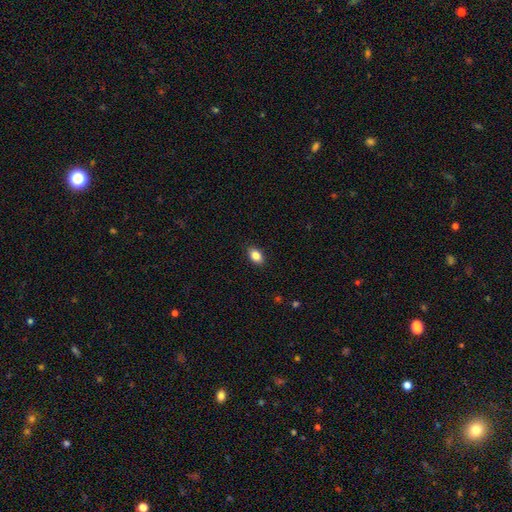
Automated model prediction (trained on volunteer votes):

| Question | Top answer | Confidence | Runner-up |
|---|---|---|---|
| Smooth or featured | smooth | 85% | star or artifact (9%) |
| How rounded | in between | 86% | round (12%) |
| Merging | none | 88% | minor disturbance (9%) |